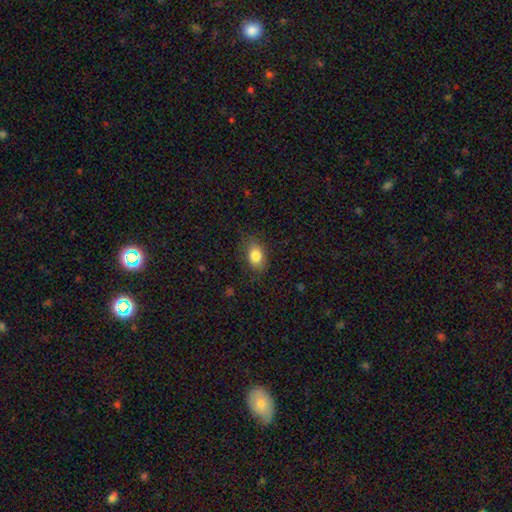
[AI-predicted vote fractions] A smooth galaxy with no disk features (82%) that is in between round and cigar-shaped (71%). Merging: none (76%).